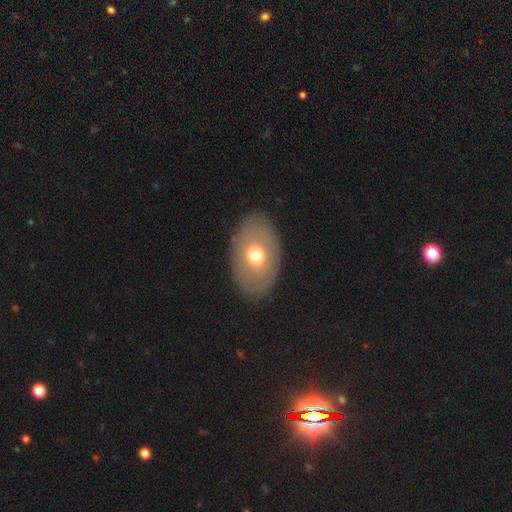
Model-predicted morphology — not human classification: smooth 62%, featured or disk 31%, star or artifact 7%. Down the decision tree: how rounded — in between (85%); merging — none (87%).